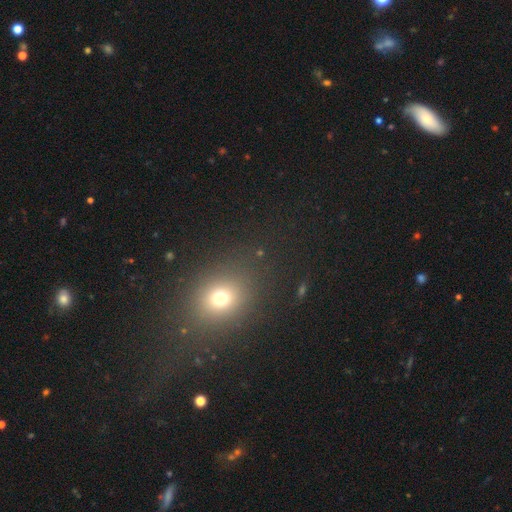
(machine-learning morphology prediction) A smooth galaxy with no disk features (57%) that is round (58%).

Vote fractions:
- Smooth or featured? smooth: 57% / star or artifact: 33% / featured or disk: 10%
- How rounded? round: 58% / in between: 40% / cigar-shaped: 2%
- Merging? none: 81% / minor disturbance: 10% / major disturbance: 6% / merger: 3%